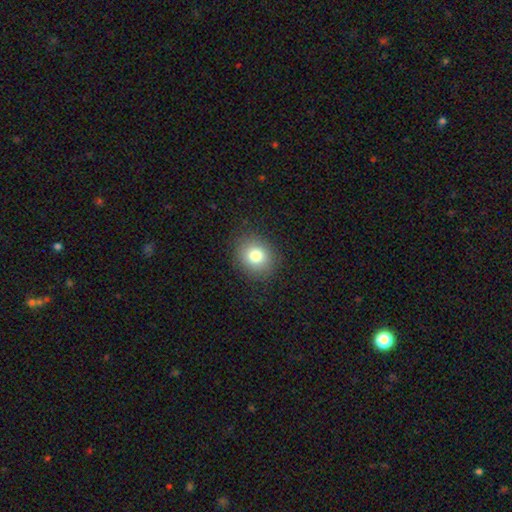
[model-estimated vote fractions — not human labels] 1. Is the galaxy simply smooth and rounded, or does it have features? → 79% smooth, 11% star or artifact, 9% featured or disk.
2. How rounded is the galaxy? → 72% round, 28% in between, 1% cigar-shaped.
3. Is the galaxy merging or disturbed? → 87% none, 9% minor disturbance, 3% major disturbance, 1% merger.